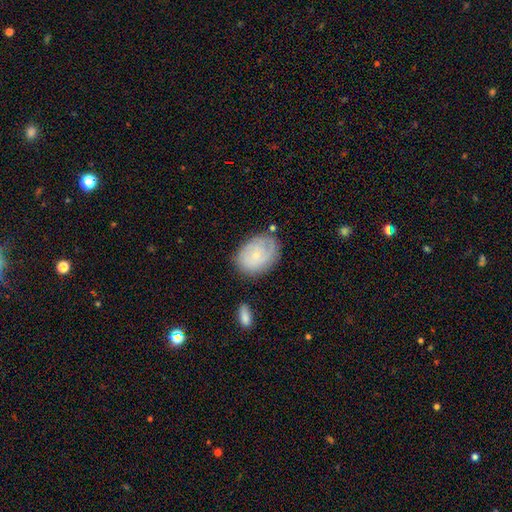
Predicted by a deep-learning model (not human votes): Smooth or featured? Predicted: smooth (p=0.47). Merging? Predicted: none (p=0.68).